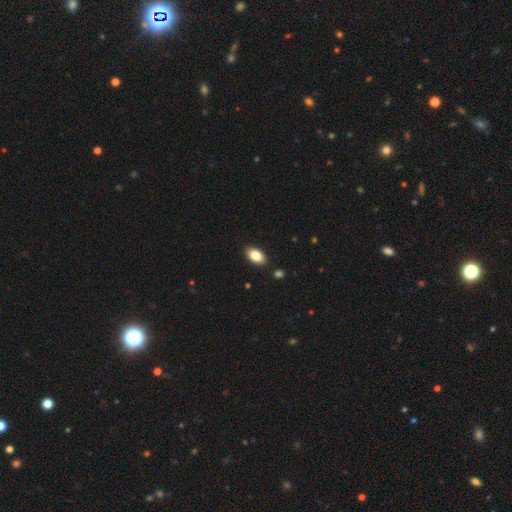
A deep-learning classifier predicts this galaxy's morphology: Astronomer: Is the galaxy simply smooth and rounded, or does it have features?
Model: smooth — 86%.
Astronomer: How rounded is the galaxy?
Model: in between — 93%.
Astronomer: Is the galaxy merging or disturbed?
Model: none — 89%.